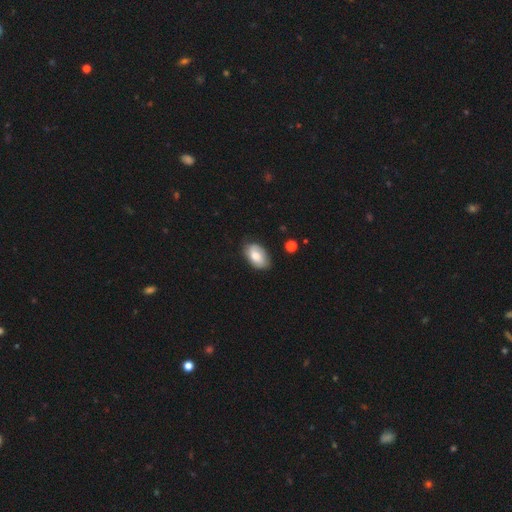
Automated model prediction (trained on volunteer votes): smooth 72%, featured or disk 21%, star or artifact 7%. Down the decision tree: how rounded — in between (92%); merging — none (72%).